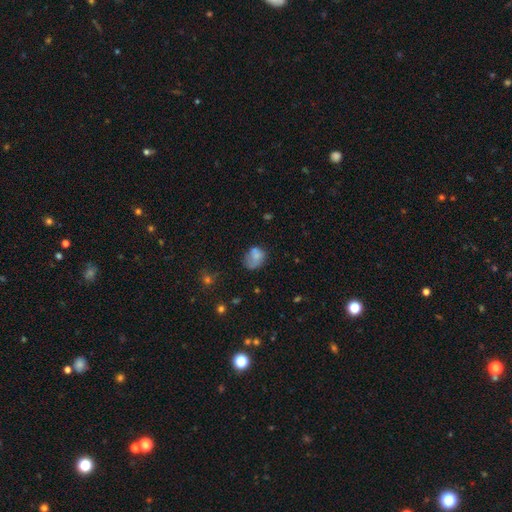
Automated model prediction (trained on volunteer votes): The model was most divided on "how rounded": in between: 54%, round: 45%, cigar-shaped: 1%. Remaining: smooth or featured — smooth (70%); merging — none (41%).